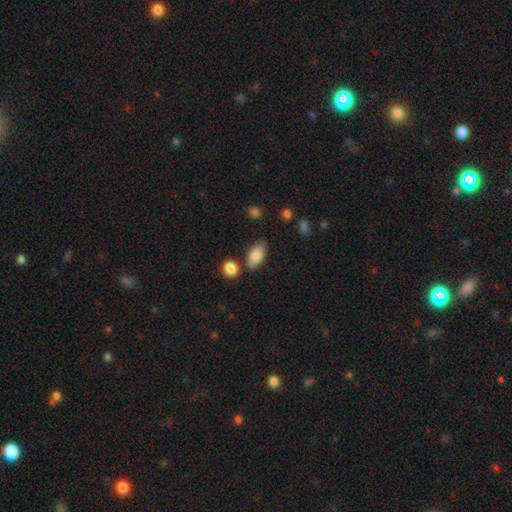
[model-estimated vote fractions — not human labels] This is clearly a smooth galaxy (83%). How rounded: clearly in between (91%). Merging: likely none (74%).